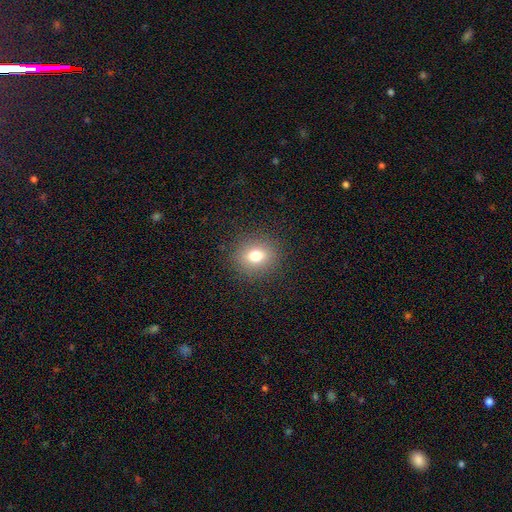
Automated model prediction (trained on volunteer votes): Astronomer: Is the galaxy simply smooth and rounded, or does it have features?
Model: smooth — 75%.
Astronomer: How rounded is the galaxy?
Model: round — 68%.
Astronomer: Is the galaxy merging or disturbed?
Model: none — 89%.